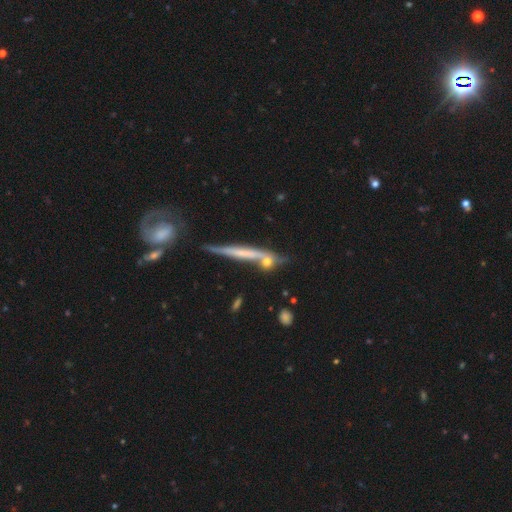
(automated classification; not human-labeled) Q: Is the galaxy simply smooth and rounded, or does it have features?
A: featured or disk — 59%.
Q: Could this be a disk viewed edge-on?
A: yes — 86%.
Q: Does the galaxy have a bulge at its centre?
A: none — 69%.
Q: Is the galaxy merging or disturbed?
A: none — 60%.